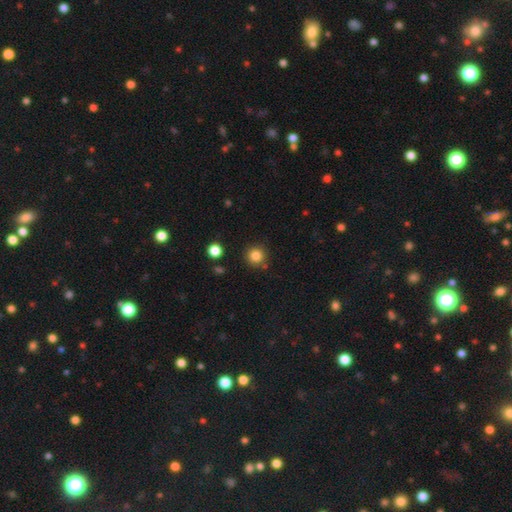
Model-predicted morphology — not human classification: Smooth or featured: smooth — 84% (star or artifact — 12%)
How rounded: round — 94% (in between — 5%)
Merging: none — 86% (minor disturbance — 8%)